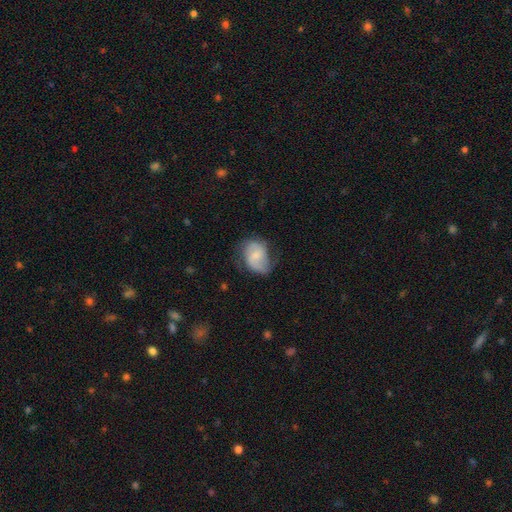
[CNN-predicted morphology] smooth-or-featured: featured or disk: 56% | smooth: 37% | star or artifact: 7%
  disk-edge-on: no: 97% | yes: 3%
    bar: no: 46% | weak: 44% | strong: 9%
    has-spiral-arms: yes: 89% | no: 11%
    bulge-size: small: 45% | moderate: 30% | none: 20% | large: 4% | dominant: 1%
  merging: none: 56% | minor disturbance: 28% | major disturbance: 15% | merger: 2%